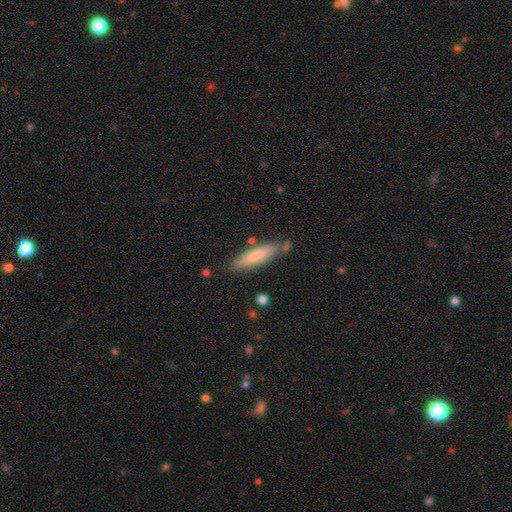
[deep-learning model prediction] Q: Smooth or featured?
A: smooth (70%); runner-up: featured or disk (24%)
Q: How rounded?
A: cigar-shaped (79%); runner-up: in between (20%)
Q: Merging?
A: none (78%); runner-up: minor disturbance (14%)